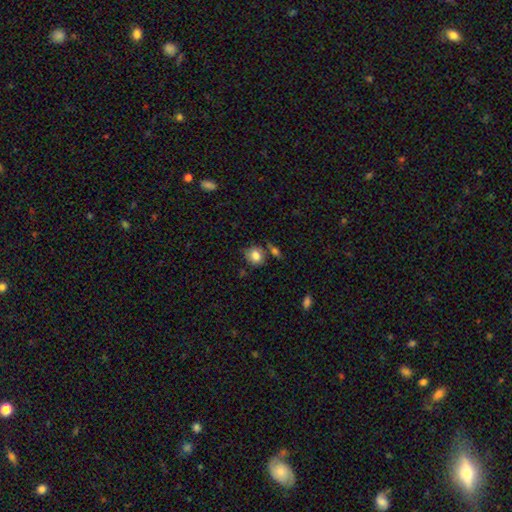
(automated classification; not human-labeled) This appears to be a smooth galaxy with no disk features (82%) that is round (67%). Merging: none (65%).